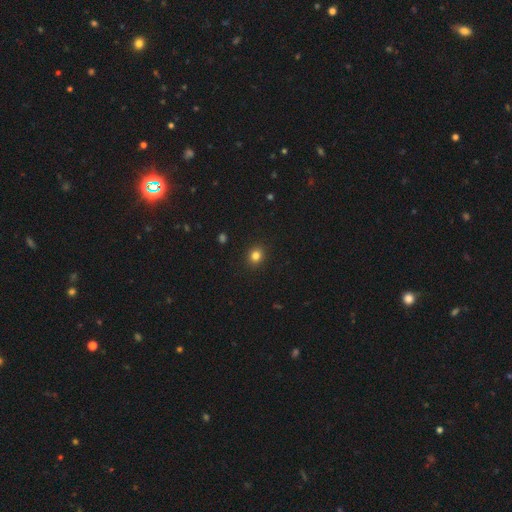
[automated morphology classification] smooth_or_featured: smooth (p=0.82) [alt: star or artifact p=0.13]
how_rounded: round (p=0.78) [alt: in between p=0.21]
merging: none (p=0.91) [alt: minor disturbance p=0.06]